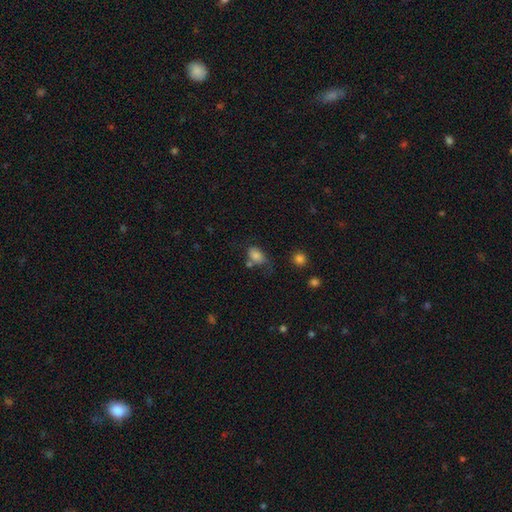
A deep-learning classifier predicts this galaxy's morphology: This appears to be a smooth galaxy with no disk features (79%) that is in between round and cigar-shaped (78%). Merging: none (45%).